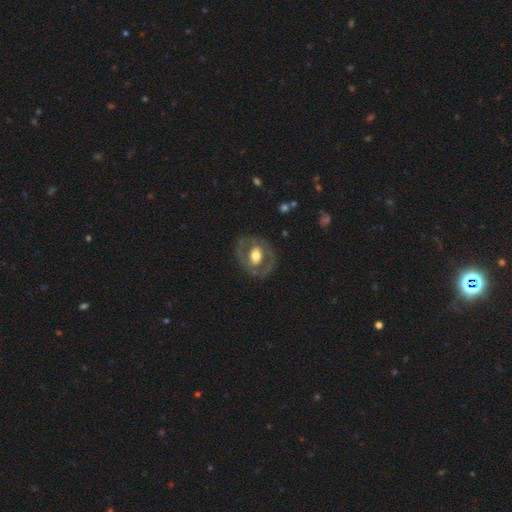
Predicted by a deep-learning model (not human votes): This is likely a featured or disk galaxy (62%). It is clearly not viewed edge-on (95%). Bar: possibly no (57%). Spiral arm pattern: likely no (71%). Central bulge: possibly moderate (58%). Merging: likely none (76%).